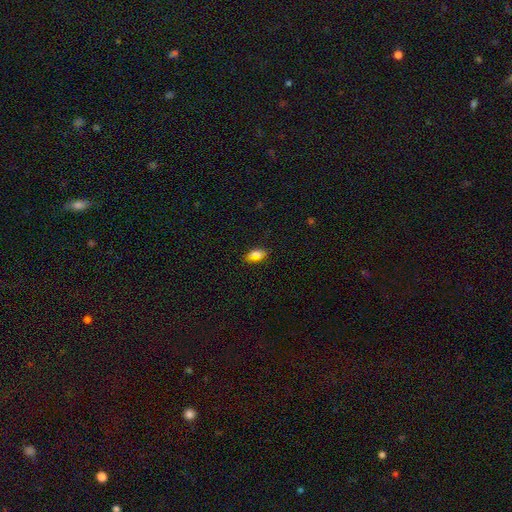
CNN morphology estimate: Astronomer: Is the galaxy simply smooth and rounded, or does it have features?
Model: smooth — 69%.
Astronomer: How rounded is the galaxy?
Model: in between — 81%.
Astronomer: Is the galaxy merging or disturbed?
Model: none — 83%.